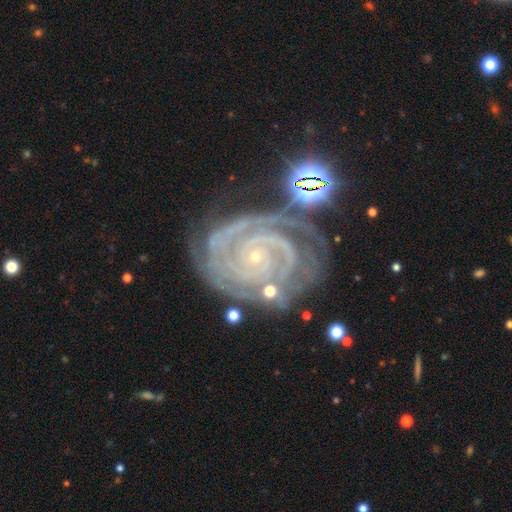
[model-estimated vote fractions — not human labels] Overall: featured or disk (92%). Edge-on disk: no (98%). Bar: no (75%). Spiral arms: yes (99%). Spiral arm count: 2 (39%; 3 23%). Spiral winding: tight (85%). Bulge size: small (90%). Merging: none (70%).